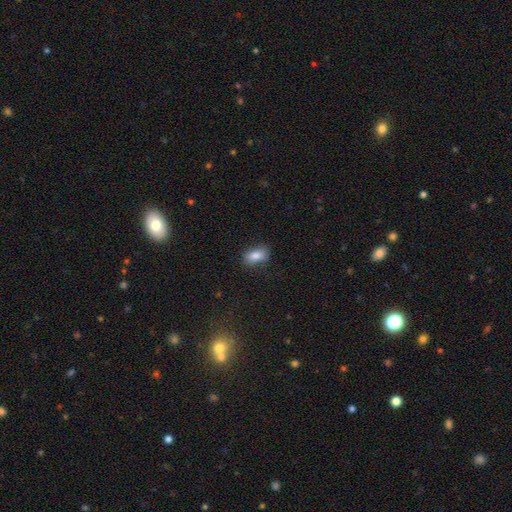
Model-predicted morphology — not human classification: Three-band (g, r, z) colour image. It shows a smooth galaxy with no disk features (82%) that is in between round and cigar-shaped (87%). Merging: none (78%).